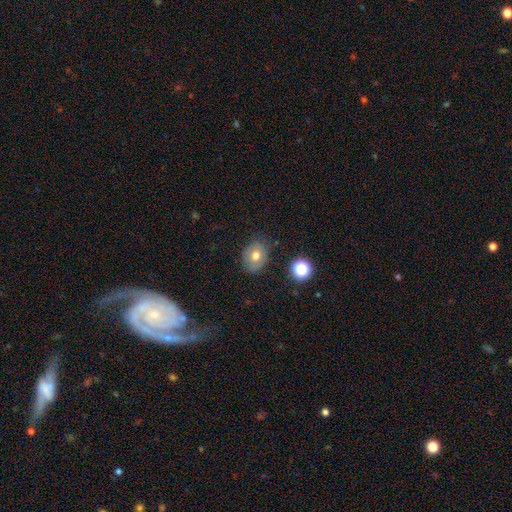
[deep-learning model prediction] Smooth or featured? Predicted: smooth (p=0.70). How rounded? Predicted: round (p=0.50). Merging? Predicted: none (p=0.78).